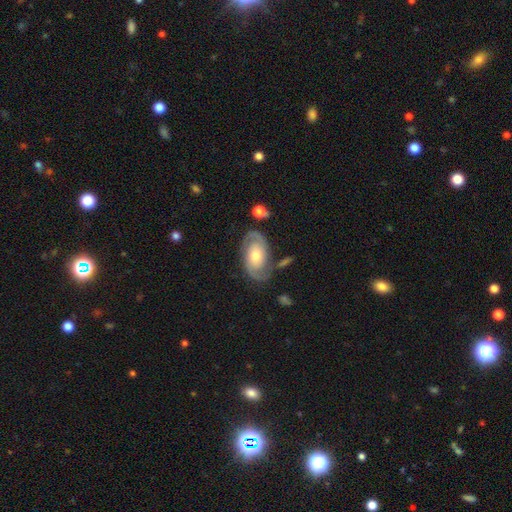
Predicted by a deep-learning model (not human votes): Smooth or featured?
  - featured or disk: 85% *
  - smooth: 10%
  - star or artifact: 5%
Edge-on disk?
  - no: 97% *
  - yes: 3%
Bar?
  - no: 70% *
  - weak: 23%
  - strong: 7%
Spiral arms?
  - yes: 95% *
  - no: 5%
Spiral winding?
  - tight: 44% *
  - medium: 43%
  - loose: 13%
Spiral arm count?
  - 2: 90% *
  - can't tell: 5%
  - 1: 2%
  - 3: 2%
  - 4: 1%
  - more than 4: 1%
Bulge size?
  - moderate: 66% *
  - small: 24%
  - large: 7%
  - none: 1%
  - dominant: 1%
Merging?
  - none: 76% *
  - minor disturbance: 14%
  - major disturbance: 6%
  - merger: 4%